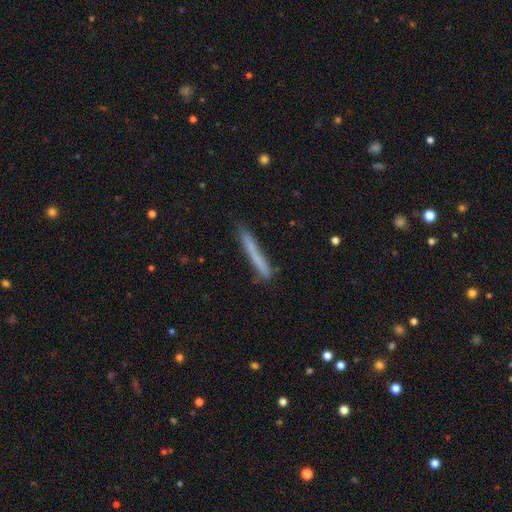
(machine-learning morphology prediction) Smooth or featured? Predicted: smooth (p=0.66). How rounded? Predicted: cigar-shaped (p=0.96). Merging? Predicted: none (p=0.79).